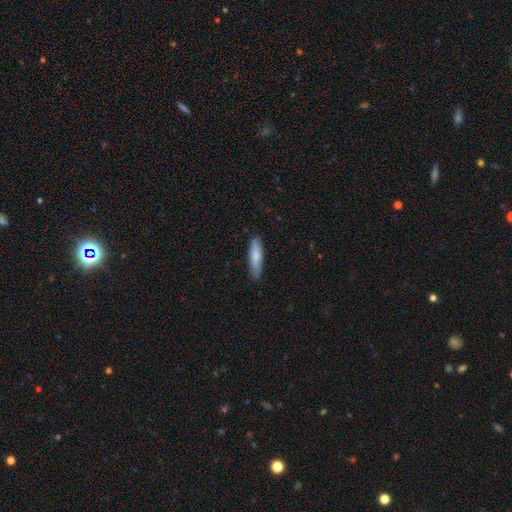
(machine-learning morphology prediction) This appears to be a smooth galaxy with no disk features (81%) that is cigar-shaped (67%). Merging: none (83%).